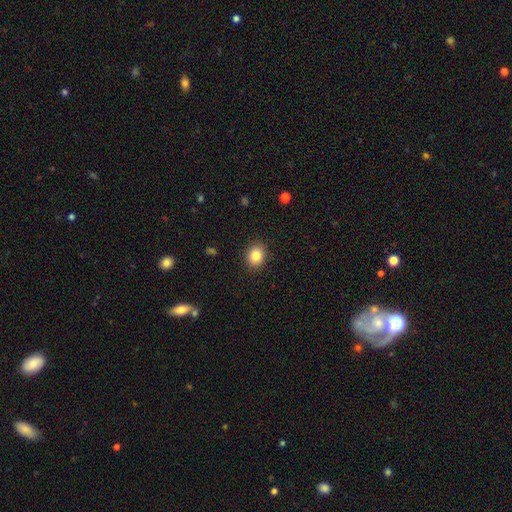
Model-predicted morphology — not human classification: Q: Smooth or featured?
A: smooth (84%); runner-up: star or artifact (10%)
Q: How rounded?
A: round (64%); runner-up: in between (36%)
Q: Merging?
A: none (90%); runner-up: minor disturbance (7%)